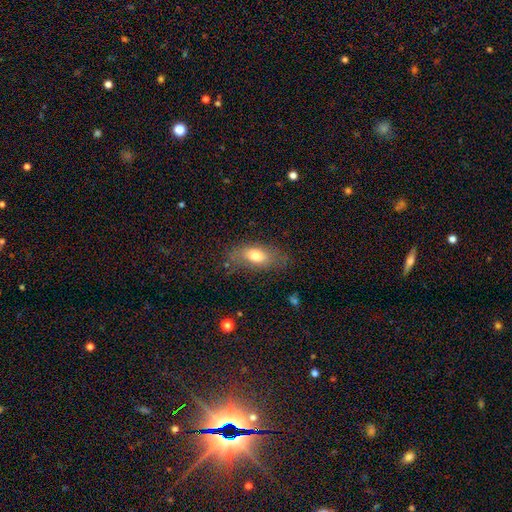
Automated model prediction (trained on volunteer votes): Overall: smooth (71%). How rounded: in between (84%). Merging: none (72%).